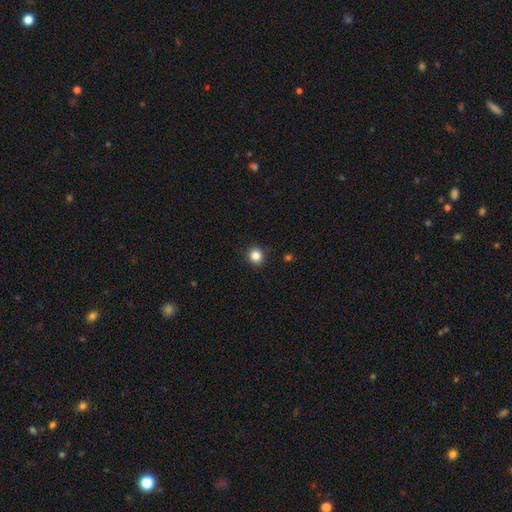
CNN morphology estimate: type=smooth (84%); roundness=round (91%); merging=none (92%).